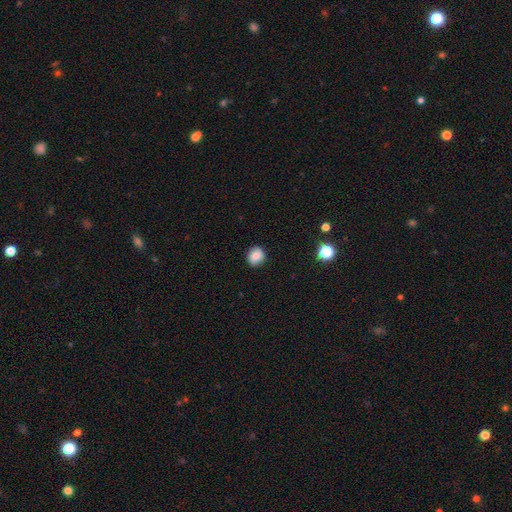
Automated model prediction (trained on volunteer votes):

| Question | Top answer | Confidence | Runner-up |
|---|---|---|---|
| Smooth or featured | smooth | 80% | featured or disk (10%) |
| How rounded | round | 78% | in between (21%) |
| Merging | none | 88% | minor disturbance (8%) |